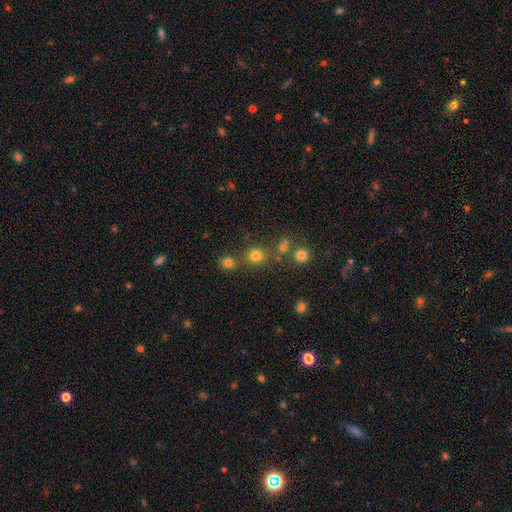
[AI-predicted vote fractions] A smooth galaxy with no disk features (77%) that is round (91%). Merging: none (76%).